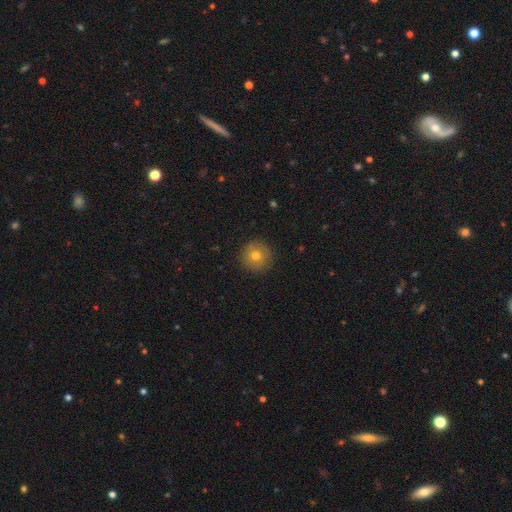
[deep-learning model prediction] A smooth galaxy with no disk features (74%) that is round (95%).

Vote fractions:
- Smooth or featured? smooth: 74% / featured or disk: 15% / star or artifact: 11%
- How rounded? round: 95% / in between: 4% / cigar-shaped: 1%
- Merging? none: 90% / minor disturbance: 7% / major disturbance: 2% / merger: 1%